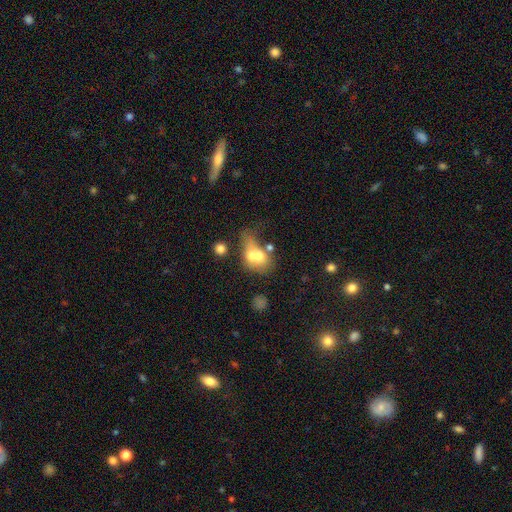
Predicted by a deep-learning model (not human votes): The model was most divided on "how rounded": in between: 53%, round: 45%, cigar-shaped: 2%. More confident: merging — merger (63%); smooth or featured — smooth (60%).